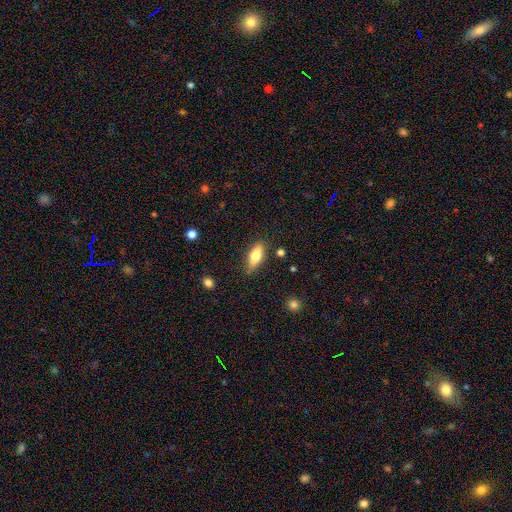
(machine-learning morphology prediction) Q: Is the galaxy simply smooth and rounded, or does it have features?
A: smooth — 66%.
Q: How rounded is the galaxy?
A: in between — 68%.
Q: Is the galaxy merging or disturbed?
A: none — 81%.